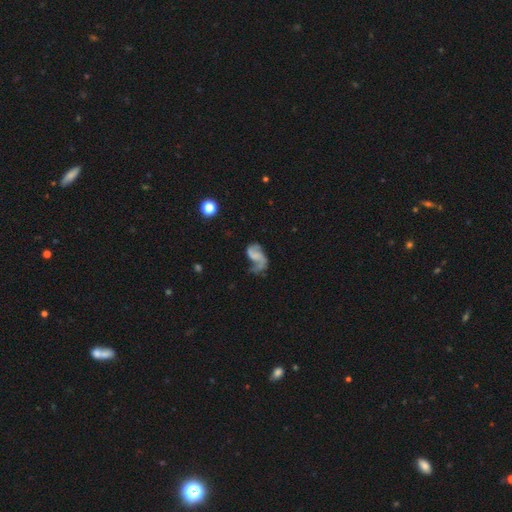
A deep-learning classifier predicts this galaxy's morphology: This is likely a featured or disk galaxy (77%). It is clearly not viewed edge-on (98%). Bar: possibly no (50%). Spiral arm pattern: clearly yes (92%). Spiral arm count: likely 2 (78%). Spiral winding: likely loose (64%). Central bulge: likely none (66%). Merging: possibly none (46%).